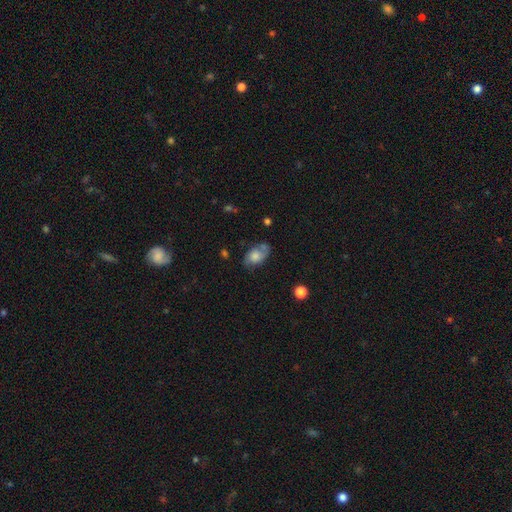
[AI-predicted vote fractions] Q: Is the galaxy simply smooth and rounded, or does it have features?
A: smooth — 54%.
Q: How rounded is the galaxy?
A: in between — 88%.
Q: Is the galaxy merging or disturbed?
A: none — 62%.